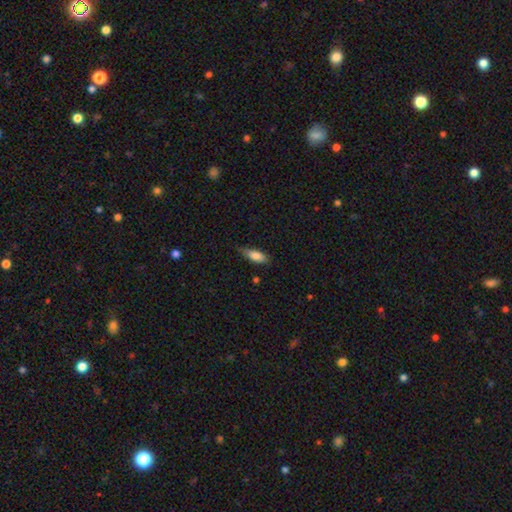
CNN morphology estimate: Smooth or featured?
  - smooth: 82% *
  - featured or disk: 11%
  - star or artifact: 7%
How rounded?
  - in between: 69% *
  - cigar-shaped: 29%
  - round: 2%
Merging?
  - none: 71% *
  - minor disturbance: 24%
  - major disturbance: 4%
  - merger: 1%